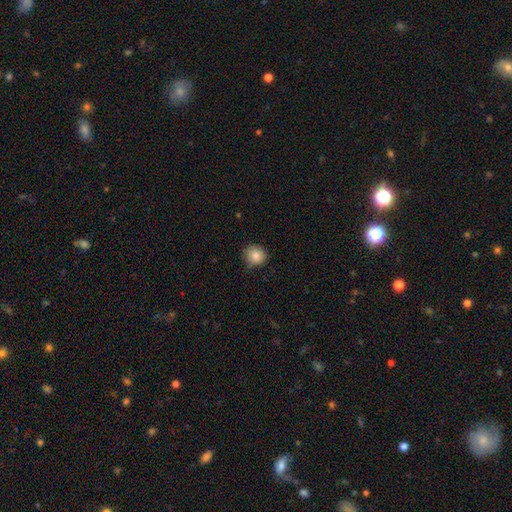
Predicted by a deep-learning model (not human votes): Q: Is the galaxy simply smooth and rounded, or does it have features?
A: smooth — 86%.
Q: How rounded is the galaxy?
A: round — 88%.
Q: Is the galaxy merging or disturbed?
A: none — 74%.